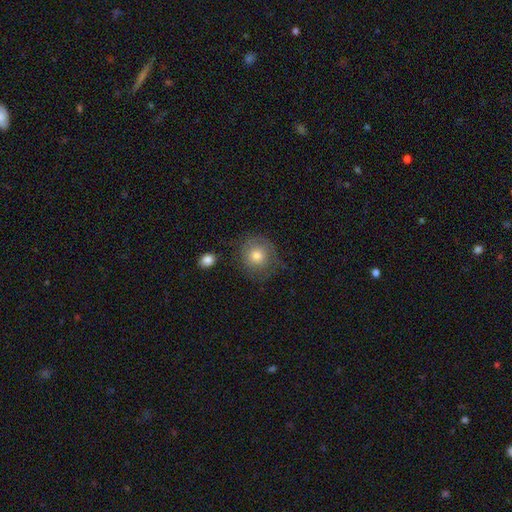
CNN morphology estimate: Smooth or featured? Predicted: smooth (p=0.61). How rounded? Predicted: round (p=0.87). Merging? Predicted: none (p=0.69).